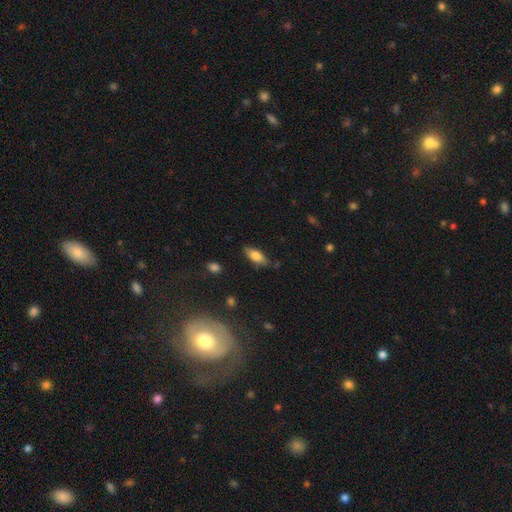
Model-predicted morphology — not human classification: A smooth galaxy with no disk features (72%) that is in between round and cigar-shaped (77%). Merging: none (79%).